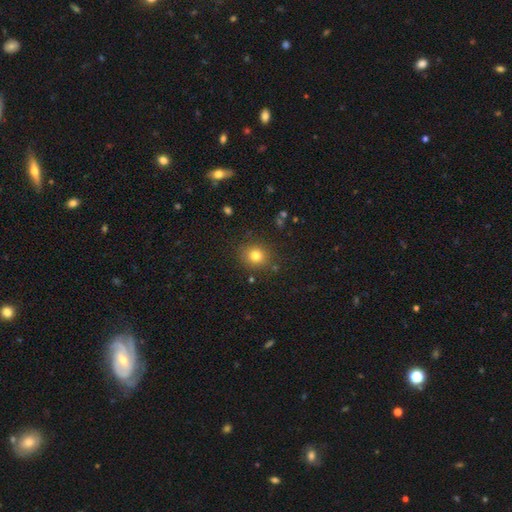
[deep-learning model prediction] The model was most divided on "how rounded": round: 81%, in between: 18%, cigar-shaped: 1%. More confident: merging — none (87%); smooth or featured — smooth (79%).